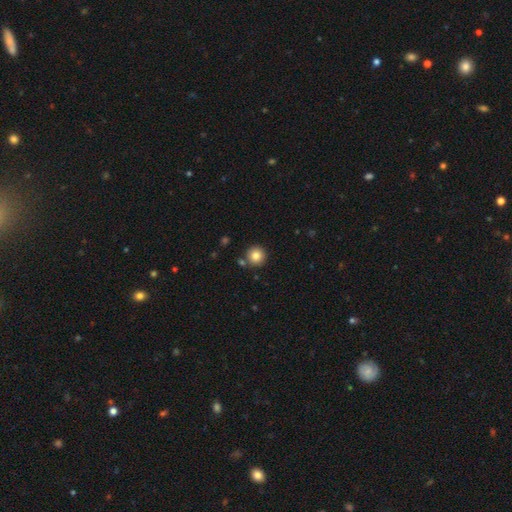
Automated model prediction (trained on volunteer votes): Smooth or featured: smooth — 83% (star or artifact — 10%)
How rounded: round — 95% (in between — 4%)
Merging: none — 84% (merger — 7%)